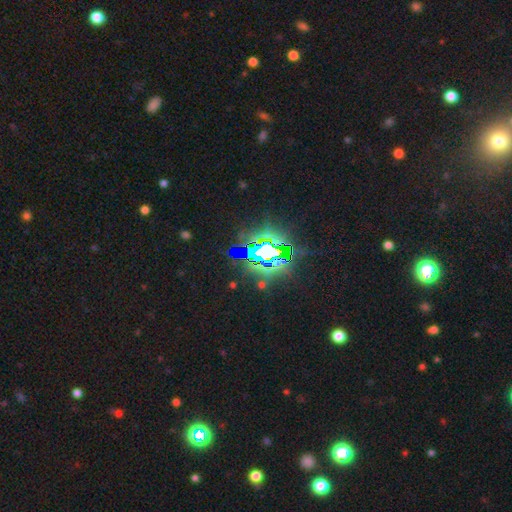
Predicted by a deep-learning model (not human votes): This is likely a star or artifact rather than a galaxy (79%).